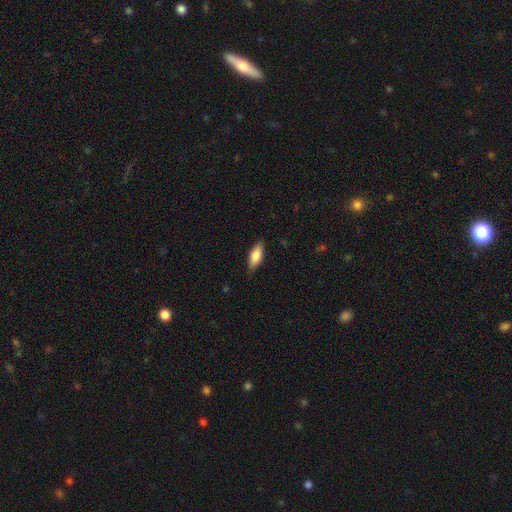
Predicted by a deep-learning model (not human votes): This appears to be a smooth galaxy with no disk features (80%) that is in between round and cigar-shaped (73%). Merging: none (84%).